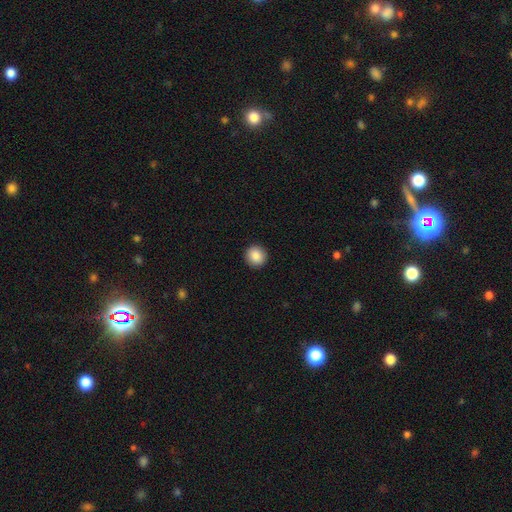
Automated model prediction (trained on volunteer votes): Q: Smooth or featured?
A: smooth (88%); runner-up: star or artifact (8%)
Q: How rounded?
A: round (92%); runner-up: in between (7%)
Q: Merging?
A: none (93%); runner-up: minor disturbance (5%)